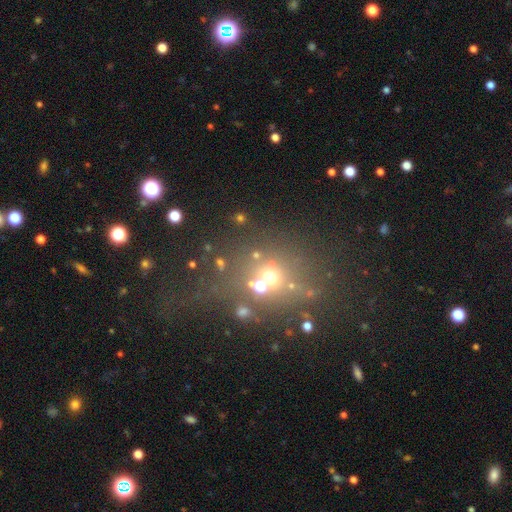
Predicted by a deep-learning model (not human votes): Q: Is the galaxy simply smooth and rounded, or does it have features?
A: smooth — 41%.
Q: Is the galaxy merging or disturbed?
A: none — 58%.